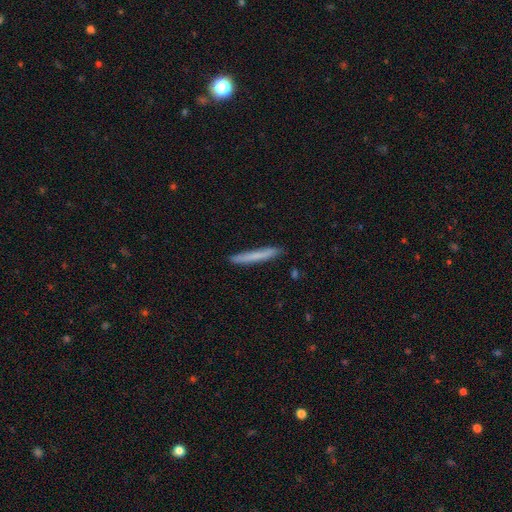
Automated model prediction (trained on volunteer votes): smooth 71%, featured or disk 23%, star or artifact 6%. Down the decision tree: how rounded — cigar-shaped (97%); merging — none (89%).